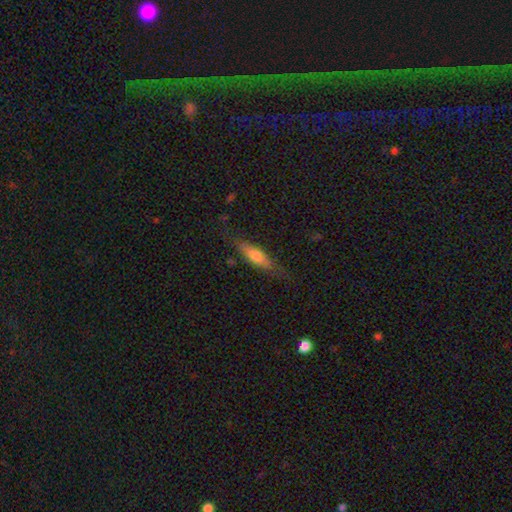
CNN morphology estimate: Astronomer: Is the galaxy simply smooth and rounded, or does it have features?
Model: smooth — 59% (runner-up: featured or disk, 34%).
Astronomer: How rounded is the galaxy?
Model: cigar-shaped — 57% (runner-up: in between, 41%).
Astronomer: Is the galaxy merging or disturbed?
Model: none — 70%.